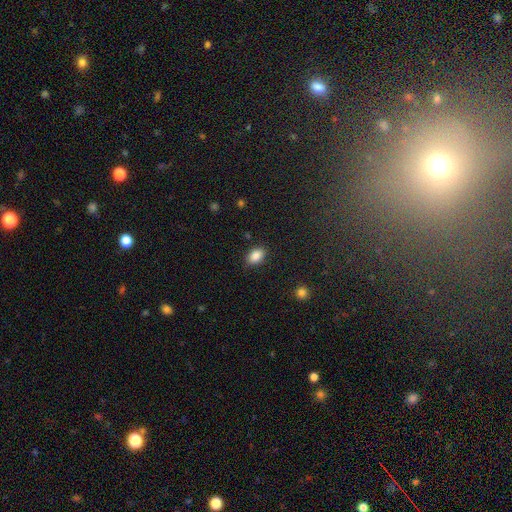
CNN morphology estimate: Overall: smooth (87%). How rounded: in between (84%). Merging: none (84%).